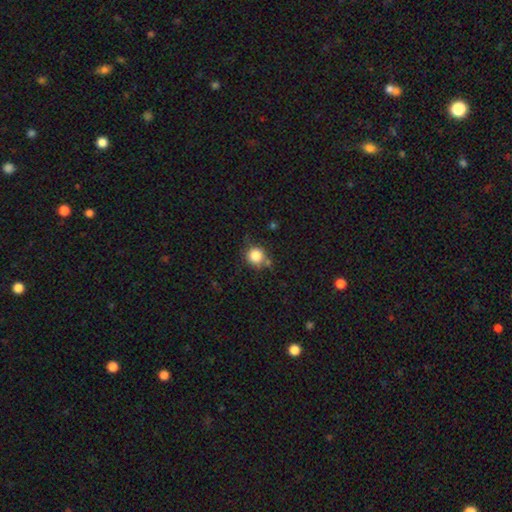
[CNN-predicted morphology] Q: Smooth or featured?
A: smooth (83%); runner-up: star or artifact (11%)
Q: How rounded?
A: round (92%); runner-up: in between (7%)
Q: Merging?
A: none (70%); runner-up: minor disturbance (17%)